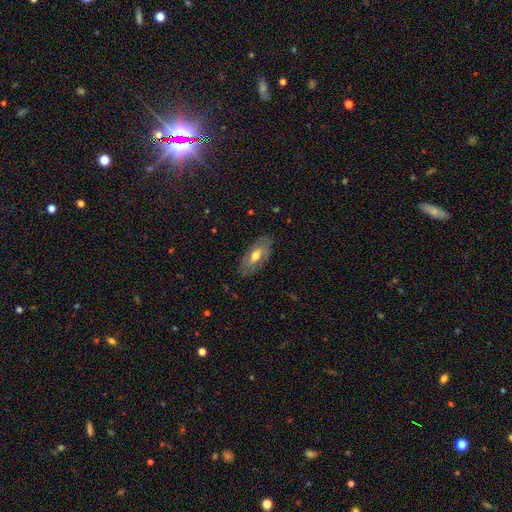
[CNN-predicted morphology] Smooth or featured? smooth (53%)
How rounded? in between (84%)
Merging? none (82%)